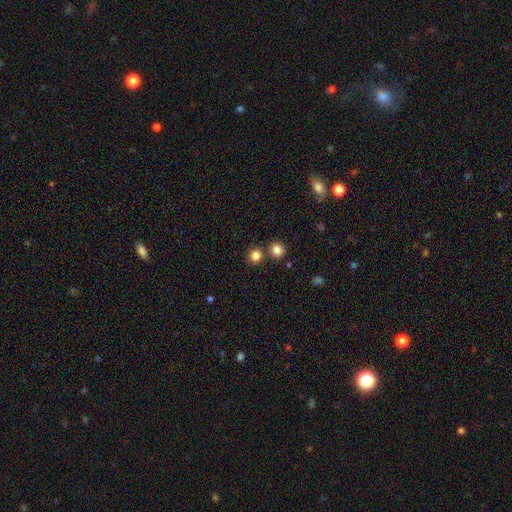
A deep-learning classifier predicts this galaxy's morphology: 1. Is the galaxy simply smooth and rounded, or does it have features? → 83% smooth, 12% star or artifact, 5% featured or disk.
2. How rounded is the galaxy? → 87% round, 12% in between, 1% cigar-shaped.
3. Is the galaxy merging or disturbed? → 75% none, 16% merger, 7% minor disturbance, 2% major disturbance.